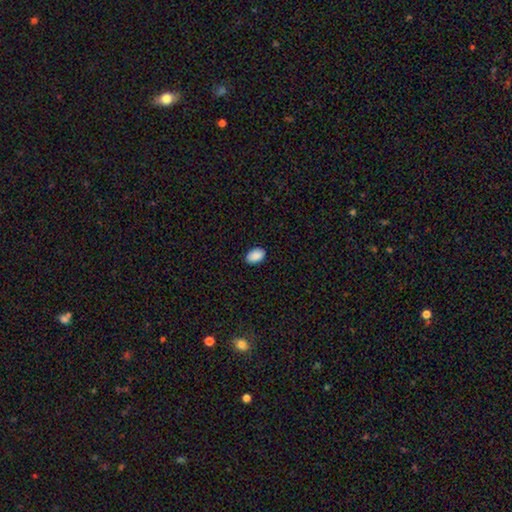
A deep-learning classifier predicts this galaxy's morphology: This is clearly a smooth galaxy (90%). How rounded: clearly in between (92%). Merging: clearly none (88%).